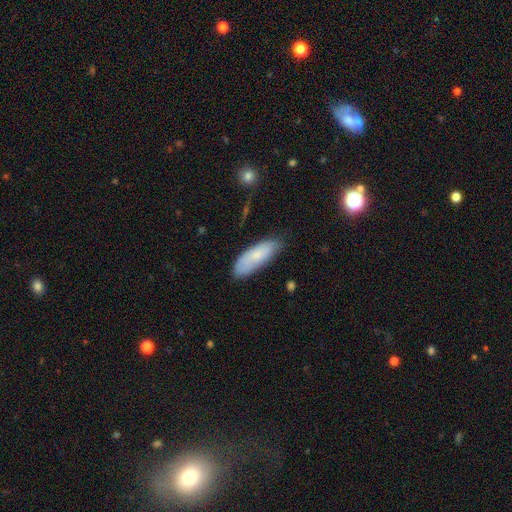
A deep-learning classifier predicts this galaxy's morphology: smooth-or-featured: smooth: 73% | featured or disk: 20% | star or artifact: 7%
  how-rounded: in between: 69% | cigar-shaped: 29% | round: 2%
  merging: none: 71% | minor disturbance: 23% | major disturbance: 4% | merger: 2%